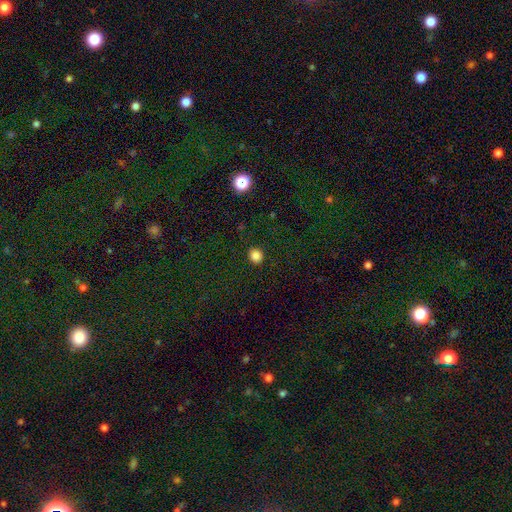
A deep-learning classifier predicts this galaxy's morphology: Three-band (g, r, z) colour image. It shows a smooth galaxy with no disk features (85%) that is round (80%). Merging: none (91%).